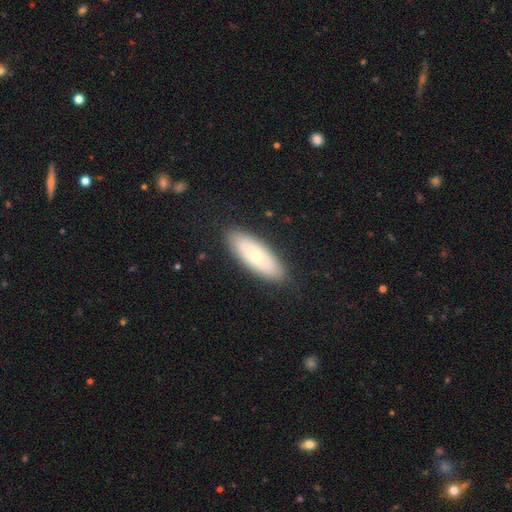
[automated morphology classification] This appears to be a smooth galaxy with no disk features (63%) that is in between round and cigar-shaped (66%). Merging: none (87%).